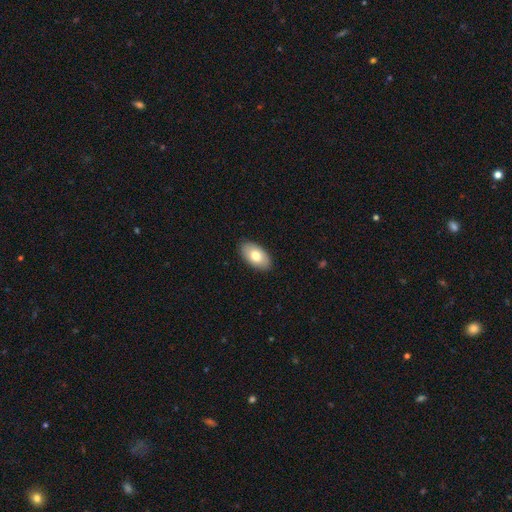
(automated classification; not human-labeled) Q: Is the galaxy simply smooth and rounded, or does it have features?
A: smooth — 76%.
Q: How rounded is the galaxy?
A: in between — 95%.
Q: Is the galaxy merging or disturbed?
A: none — 89%.